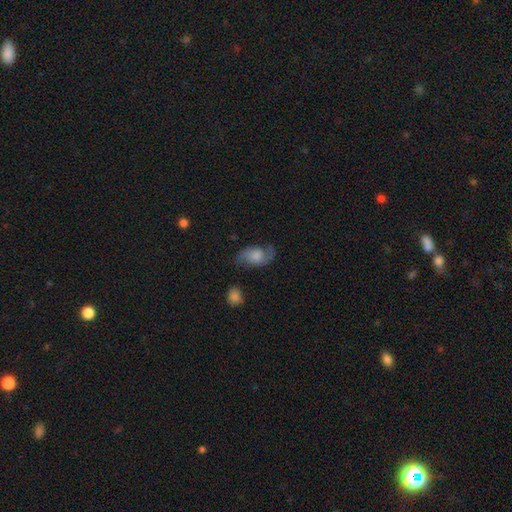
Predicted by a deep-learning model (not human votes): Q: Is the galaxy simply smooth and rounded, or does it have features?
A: featured or disk — 51%.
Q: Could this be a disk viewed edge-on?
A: no — 95%.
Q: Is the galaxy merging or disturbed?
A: none — 59%.